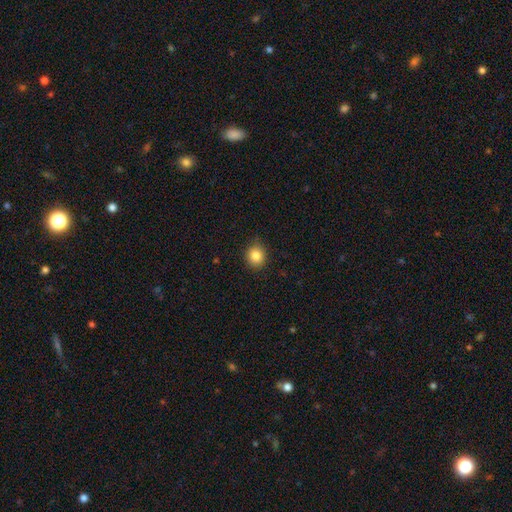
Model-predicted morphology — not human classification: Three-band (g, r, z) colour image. It shows a smooth galaxy with no disk features (84%) that is round (80%). Merging: none (87%).